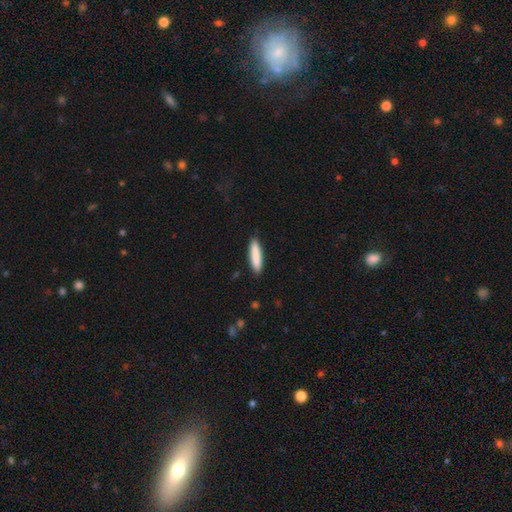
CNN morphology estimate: Overall: smooth (86%). How rounded: cigar-shaped (81%). Merging: none (89%).